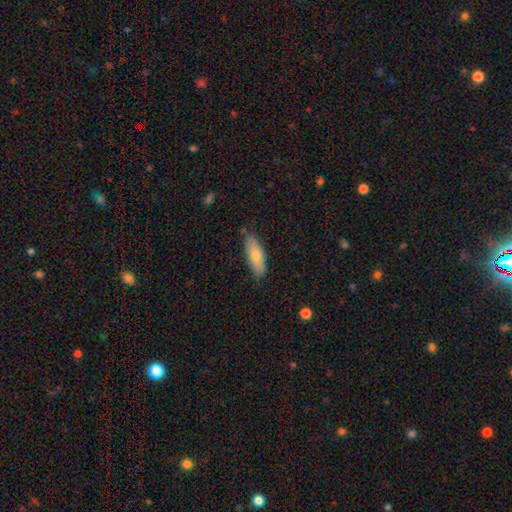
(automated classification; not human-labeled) smooth-or-featured: smooth: 69% | featured or disk: 25% | star or artifact: 7%
  how-rounded: in between: 59% | cigar-shaped: 39% | round: 2%
  merging: none: 84% | minor disturbance: 12% | major disturbance: 2% | merger: 2%